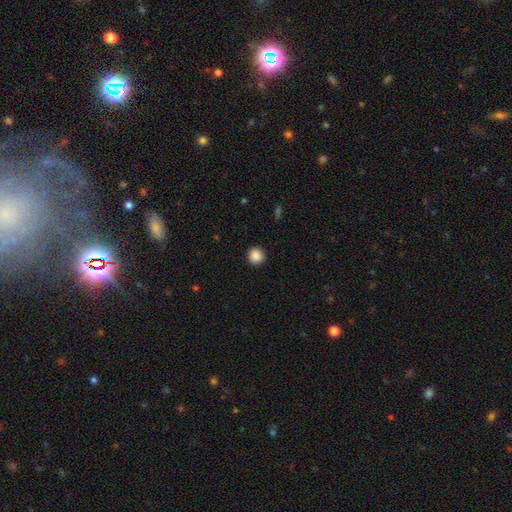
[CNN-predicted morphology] Smooth or featured?
  - smooth: 88% *
  - star or artifact: 9%
  - featured or disk: 3%
How rounded?
  - round: 91% *
  - in between: 8%
  - cigar-shaped: 1%
Merging?
  - none: 91% *
  - minor disturbance: 6%
  - major disturbance: 2%
  - merger: 1%